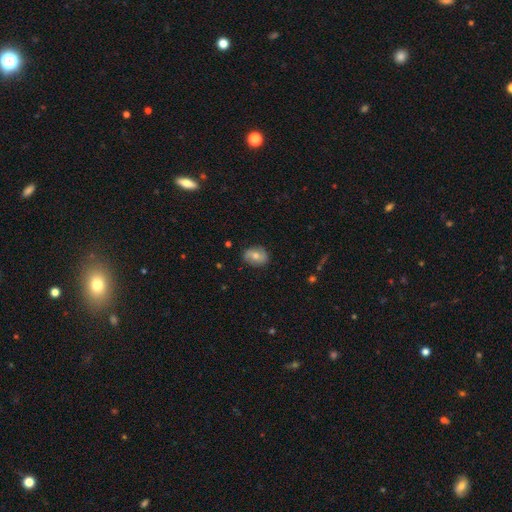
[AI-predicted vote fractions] This appears to be a smooth galaxy with no disk features (61%) that is in between round and cigar-shaped (66%). Merging: none (82%).